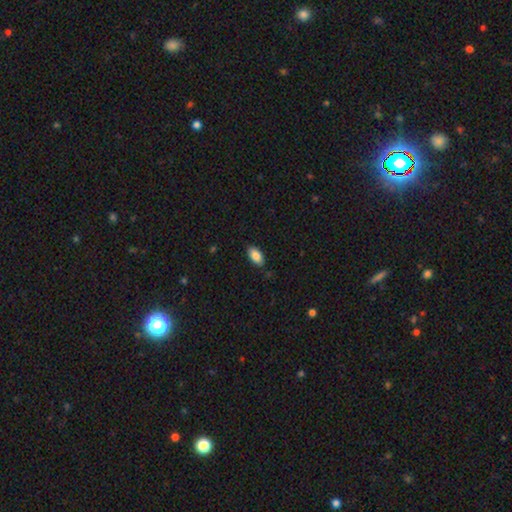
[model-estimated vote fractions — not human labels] Smooth or featured? smooth (87%)
How rounded? in between (93%)
Merging? none (86%)